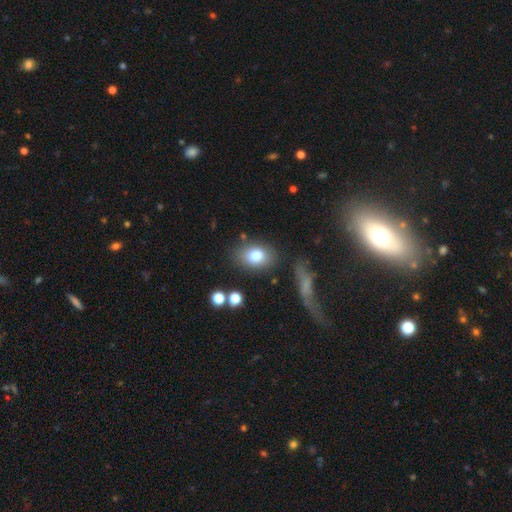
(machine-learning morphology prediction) smooth_or_featured: smooth (p=0.79) [alt: featured or disk p=0.11]
how_rounded: in between (p=0.70) [alt: round p=0.29]
merging: none (p=0.79) [alt: minor disturbance p=0.13]